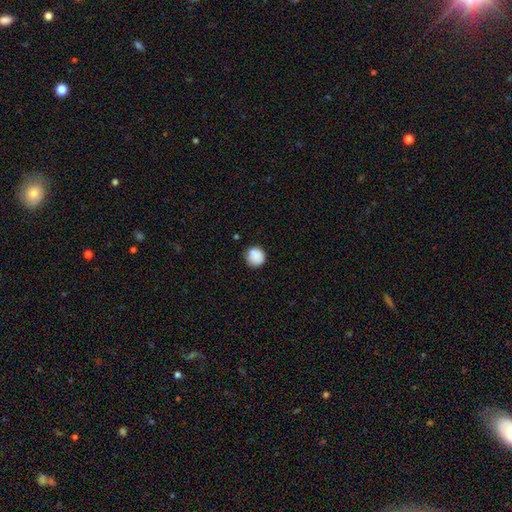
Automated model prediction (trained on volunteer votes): smooth-or-featured: smooth: 88% | star or artifact: 8% | featured or disk: 4%
  how-rounded: round: 92% | in between: 7% | cigar-shaped: 1%
  merging: none: 85% | minor disturbance: 11% | major disturbance: 3% | merger: 2%